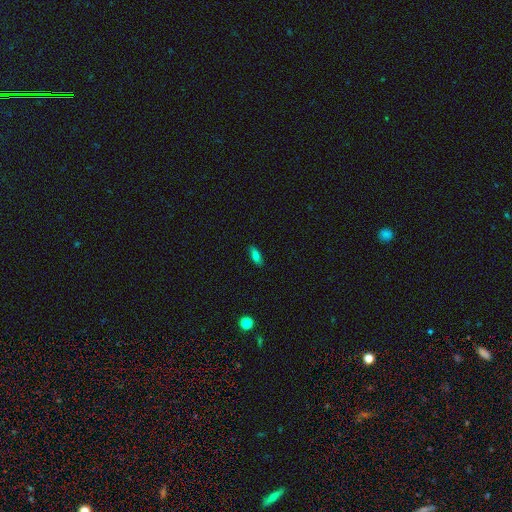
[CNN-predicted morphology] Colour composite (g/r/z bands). It shows a smooth galaxy with no disk features (72%) that is in between round and cigar-shaped (71%). Merging: none (86%).